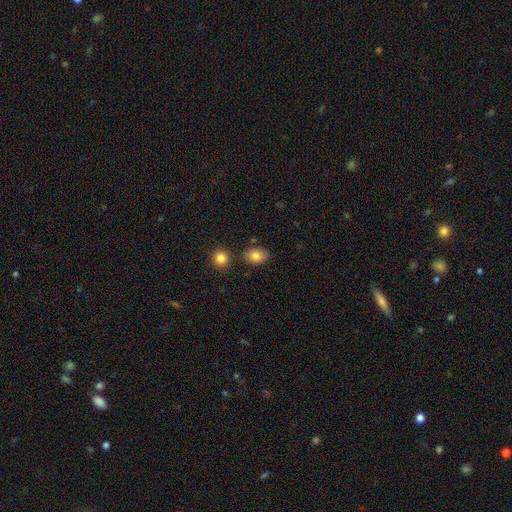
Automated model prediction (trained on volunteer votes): Smooth or featured? smooth (83%)
How rounded? in between (75%)
Merging? none (80%)